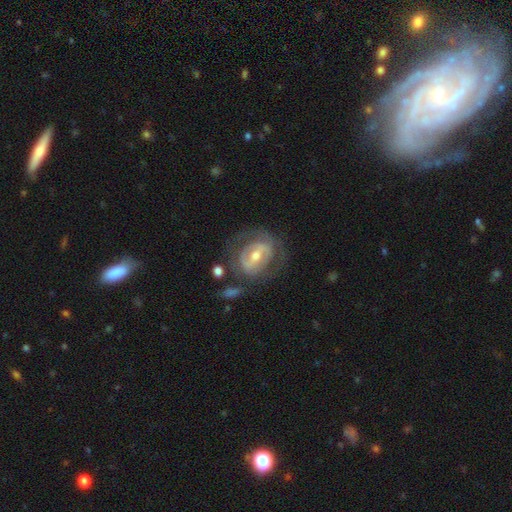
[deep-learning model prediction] Smooth or featured? Predicted: featured or disk (p=0.73). Edge-on disk? Predicted: no (p=0.95). Bar? Predicted: strong (p=0.40). Spiral arms? Predicted: yes (p=0.51). Bulge size? Predicted: moderate (p=0.66). Merging? Predicted: none (p=0.63).